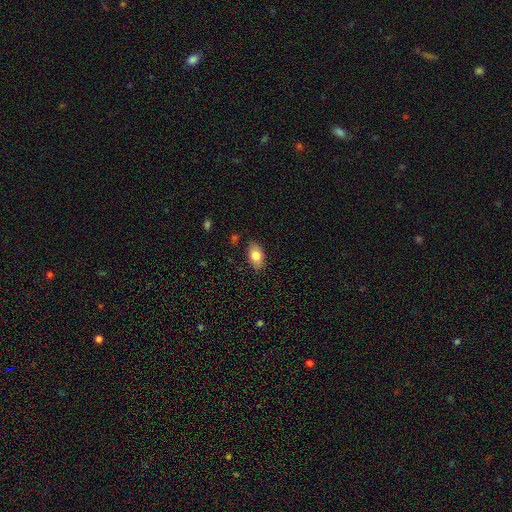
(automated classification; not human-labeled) Smooth or featured: smooth — 81% (featured or disk — 12%)
How rounded: in between — 92% (round — 6%)
Merging: none — 86% (minor disturbance — 11%)